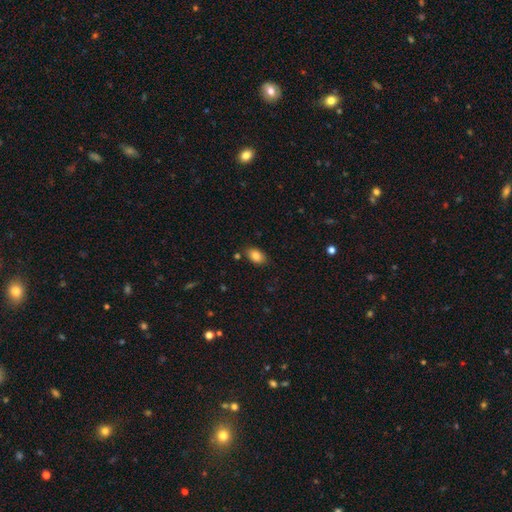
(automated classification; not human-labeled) Smooth or featured? smooth (85%)
How rounded? in between (88%)
Merging? none (83%)